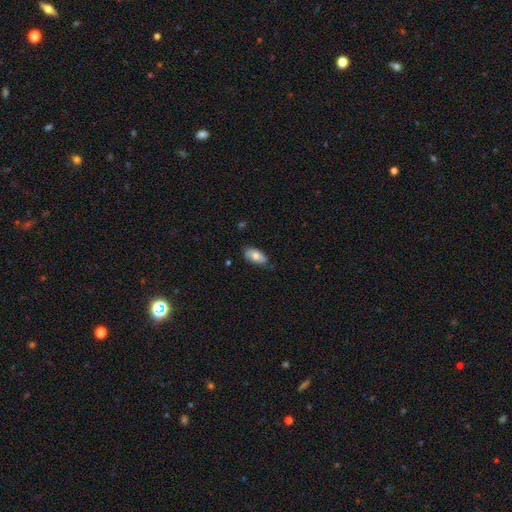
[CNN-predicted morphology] Smooth or featured? smooth (69%)
How rounded? in between (92%)
Merging? none (75%)